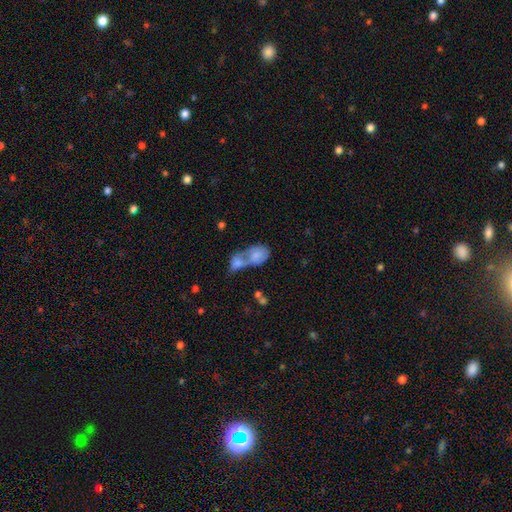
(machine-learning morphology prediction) smooth_or_featured: smooth (p=0.74) [alt: featured or disk p=0.19]
how_rounded: in between (p=0.79) [alt: round p=0.19]
merging: merger (p=0.74) [alt: none p=0.13]